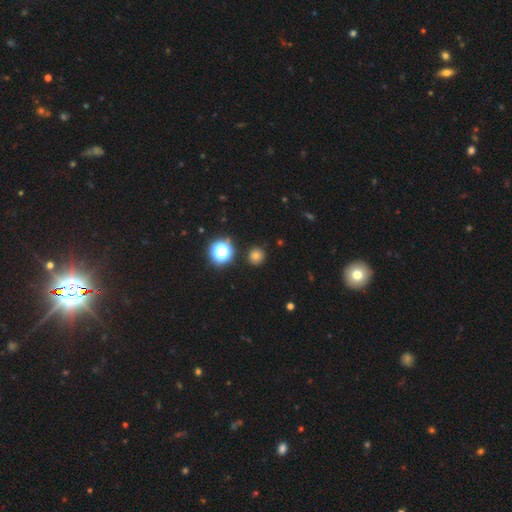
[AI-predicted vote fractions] A smooth galaxy with no disk features (73%) that is round (93%). Merging: none (89%).